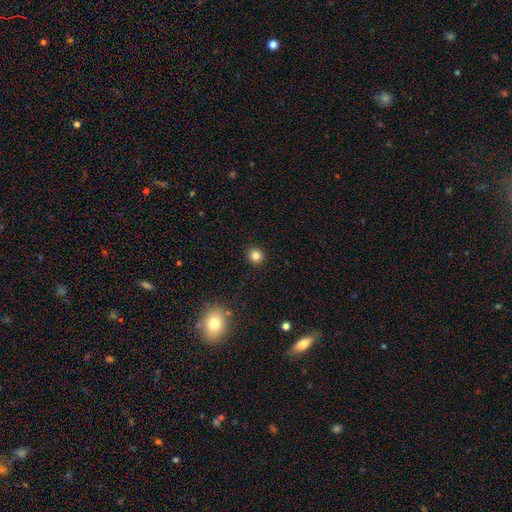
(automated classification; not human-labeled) Smooth or featured?
  - smooth: 82% *
  - star or artifact: 13%
  - featured or disk: 5%
How rounded?
  - round: 91% *
  - in between: 8%
  - cigar-shaped: 1%
Merging?
  - none: 92% *
  - minor disturbance: 5%
  - major disturbance: 2%
  - merger: 1%